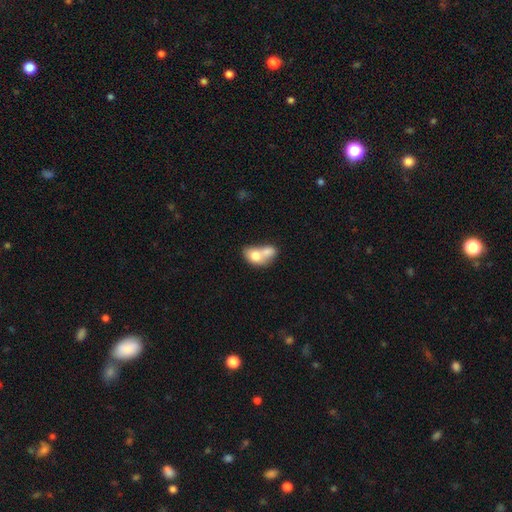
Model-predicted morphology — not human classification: A smooth galaxy with no disk features (70%) that is in between round and cigar-shaped (70%).

Vote fractions:
- Smooth or featured? smooth: 70% / featured or disk: 22% / star or artifact: 8%
- How rounded? in between: 70% / round: 28% / cigar-shaped: 2%
- Merging? merger: 75% / none: 14% / minor disturbance: 7% / major disturbance: 4%